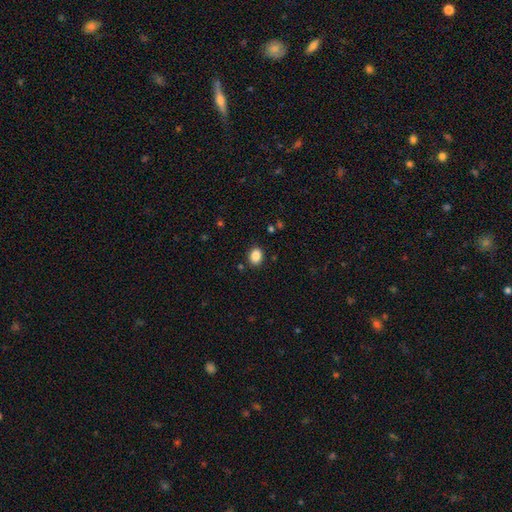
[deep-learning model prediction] This is clearly a smooth galaxy (87%). How rounded: likely in between (61%). Merging: clearly none (87%).